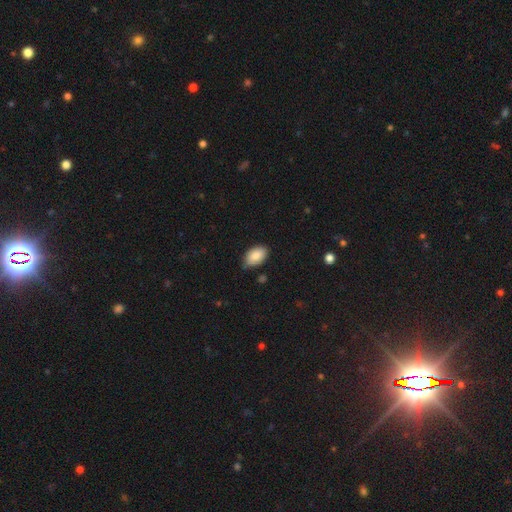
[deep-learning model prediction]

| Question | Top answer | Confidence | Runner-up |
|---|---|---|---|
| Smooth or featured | smooth | 86% | featured or disk (7%) |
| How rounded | in between | 92% | round (7%) |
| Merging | none | 74% | minor disturbance (22%) |